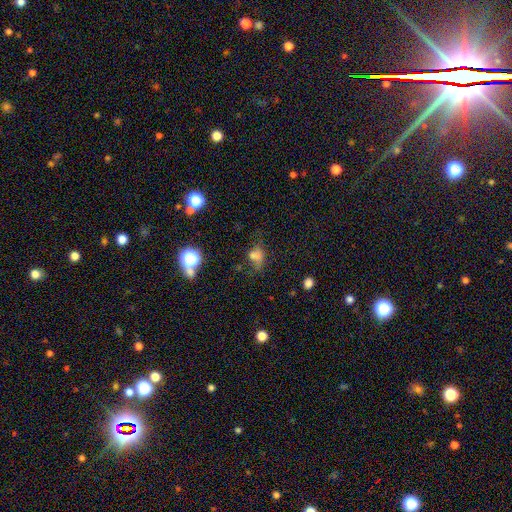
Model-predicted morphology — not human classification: This is possibly a smooth galaxy (57%). How rounded: likely in between (63%). Merging: marginally none (35%).